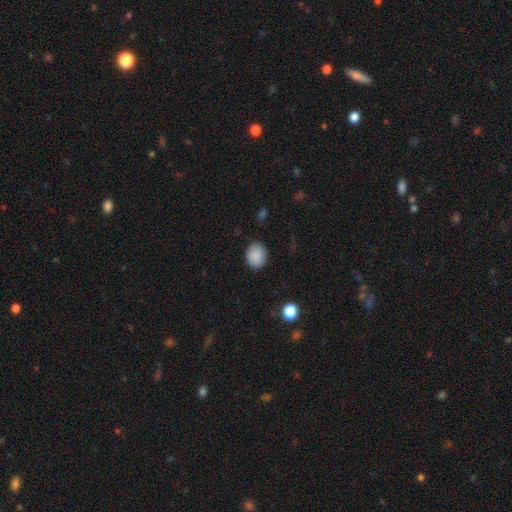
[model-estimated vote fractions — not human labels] Morphology: type=smooth (89%); roundness=in between (53%); merging=none (86%).